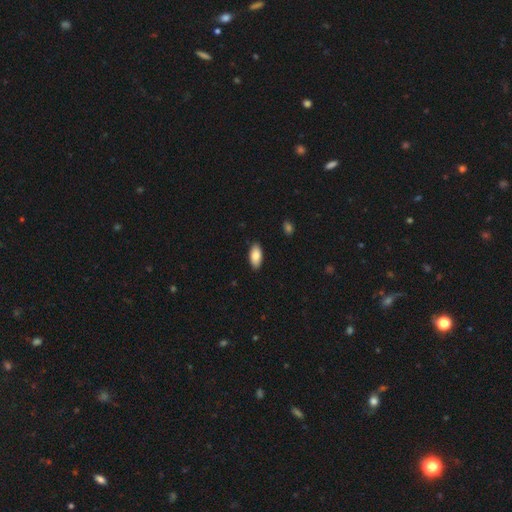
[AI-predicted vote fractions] The model was most divided on "smooth or featured": smooth: 85%, featured or disk: 9%, star or artifact: 6%. More confident: how rounded — in between (92%); merging — none (89%).